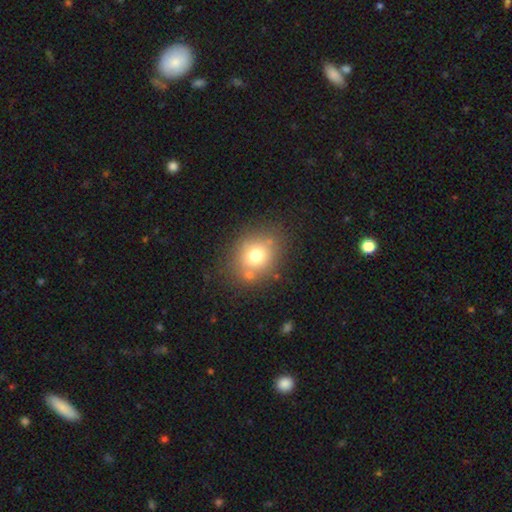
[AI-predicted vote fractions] smooth_or_featured: smooth (p=0.73) [alt: featured or disk p=0.14]
how_rounded: round (p=0.65) [alt: in between p=0.34]
merging: none (p=0.72) [alt: minor disturbance p=0.14]